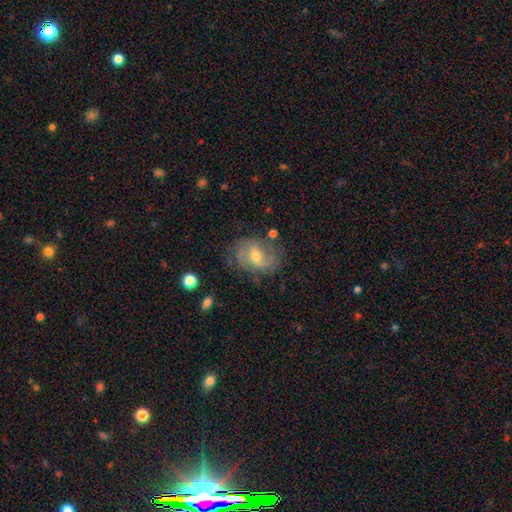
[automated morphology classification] This is likely a featured or disk galaxy (76%). It is clearly not viewed edge-on (96%). Bar: possibly weak (50%). Spiral arm pattern: clearly yes (91%). Spiral arm count: possibly 2 (56%). Spiral winding: marginally medium (44%). Central bulge: likely moderate (60%). Merging: likely none (74%).